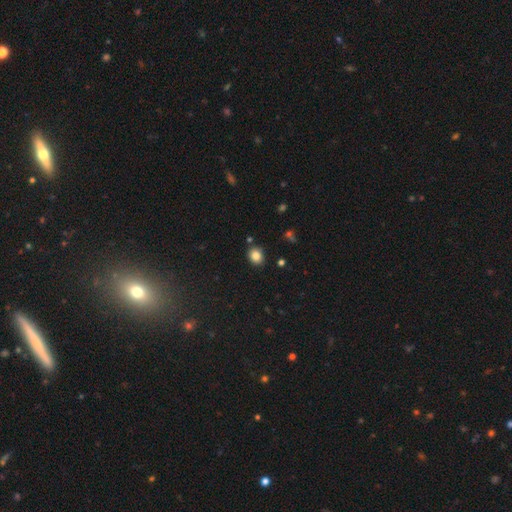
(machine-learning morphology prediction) Smooth or featured?
  - smooth: 83% *
  - star or artifact: 11%
  - featured or disk: 6%
How rounded?
  - round: 65% *
  - in between: 34%
  - cigar-shaped: 1%
Merging?
  - none: 85% *
  - minor disturbance: 10%
  - merger: 3%
  - major disturbance: 2%